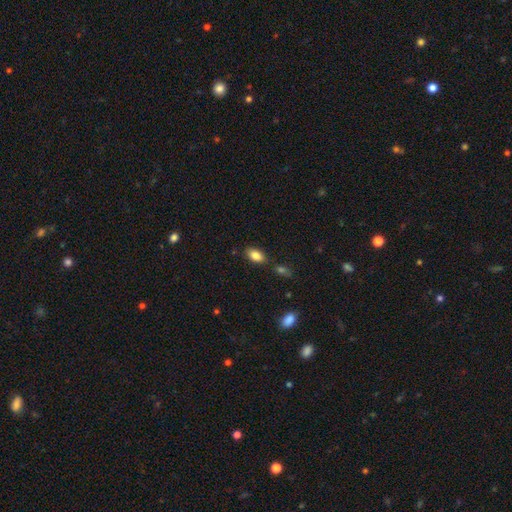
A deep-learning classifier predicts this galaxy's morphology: This appears to be a smooth galaxy with no disk features (85%) that is in between round and cigar-shaped (92%). Merging: none (80%).